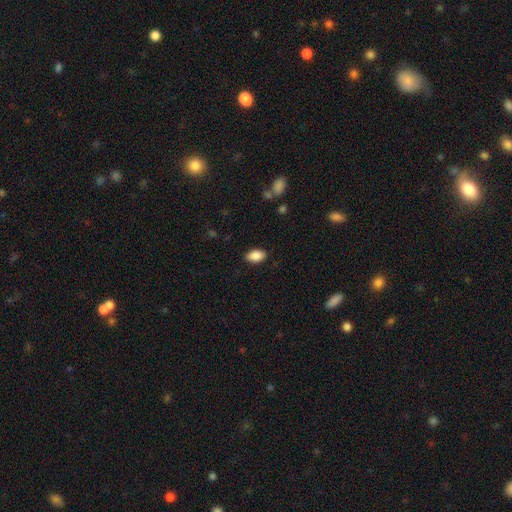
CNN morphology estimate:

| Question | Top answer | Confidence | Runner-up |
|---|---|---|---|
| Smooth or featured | smooth | 88% | star or artifact (7%) |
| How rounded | in between | 92% | round (6%) |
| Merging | none | 87% | minor disturbance (9%) |